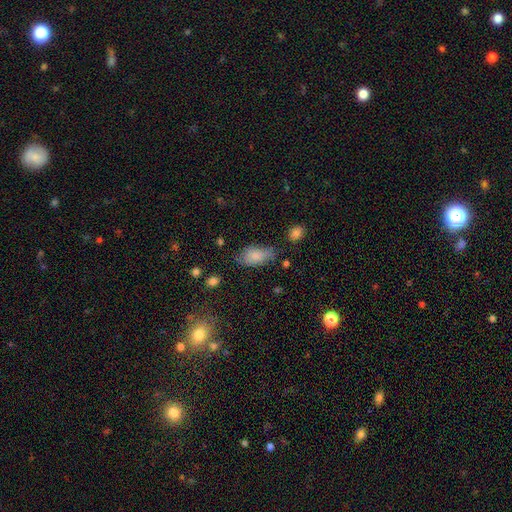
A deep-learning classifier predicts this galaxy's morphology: The model was most divided on "merging": none: 60%, minor disturbance: 29%, major disturbance: 8%, merger: 3%. More confident: how rounded — in between (92%); smooth or featured — smooth (79%).